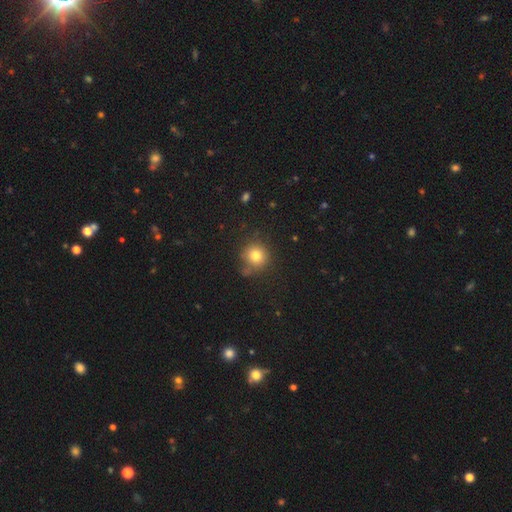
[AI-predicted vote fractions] smooth-or-featured: smooth: 79% | star or artifact: 13% | featured or disk: 8%
  how-rounded: round: 90% | in between: 9% | cigar-shaped: 1%
  merging: none: 76% | minor disturbance: 15% | merger: 5% | major disturbance: 4%